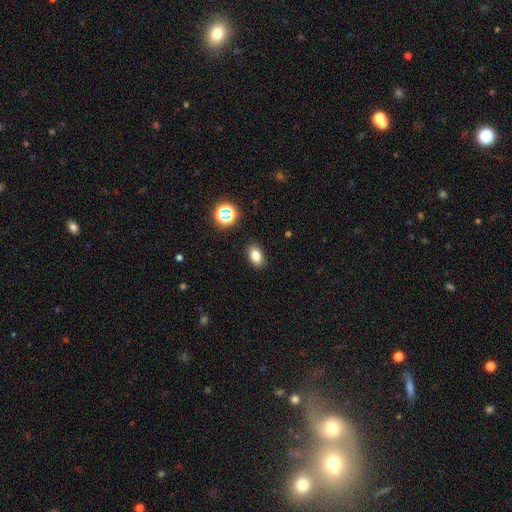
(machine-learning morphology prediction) Smooth or featured?
  - smooth: 80% *
  - star or artifact: 13%
  - featured or disk: 8%
How rounded?
  - in between: 84% *
  - round: 14%
  - cigar-shaped: 2%
Merging?
  - none: 88% *
  - minor disturbance: 8%
  - major disturbance: 2%
  - merger: 1%